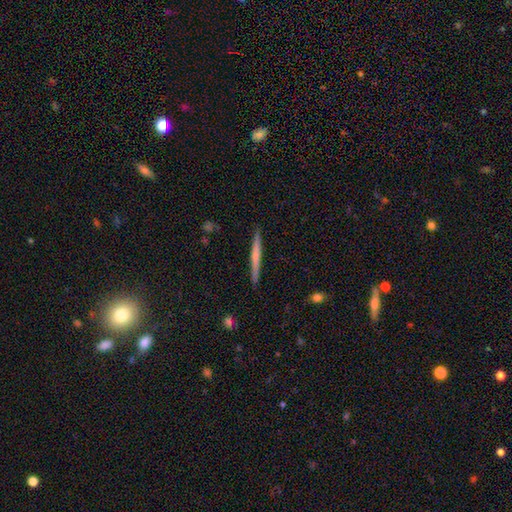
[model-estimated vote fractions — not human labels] This is possibly a featured or disk galaxy (48%). Merging: clearly none (90%).